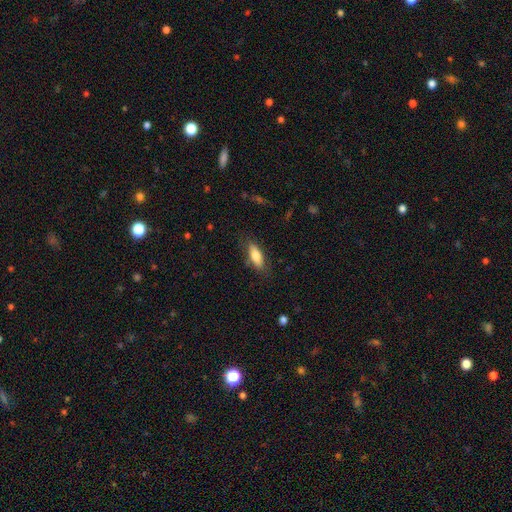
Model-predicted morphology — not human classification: A smooth galaxy with no disk features (74%) that is in between round and cigar-shaped (67%). Merging: none (79%).